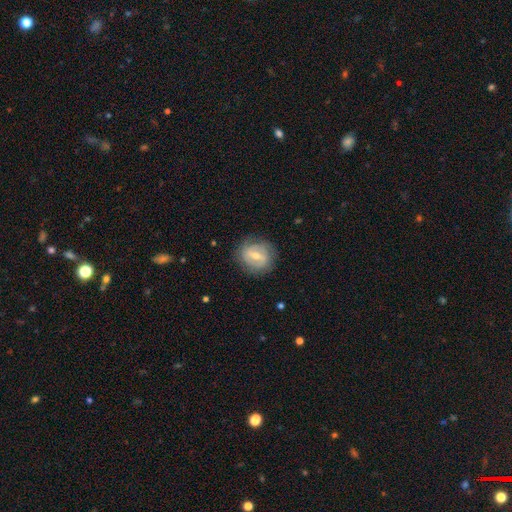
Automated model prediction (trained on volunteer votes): Smooth or featured?
  - featured or disk: 64% *
  - smooth: 29%
  - star or artifact: 7%
Edge-on disk?
  - no: 95% *
  - yes: 5%
Bar?
  - weak: 49% *
  - strong: 36%
  - no: 15%
Spiral arms?
  - yes: 68% *
  - no: 32%
Bulge size?
  - moderate: 51% *
  - small: 44%
  - large: 2%
  - none: 2%
  - dominant: 1%
Merging?
  - none: 80% *
  - minor disturbance: 14%
  - major disturbance: 5%
  - merger: 1%